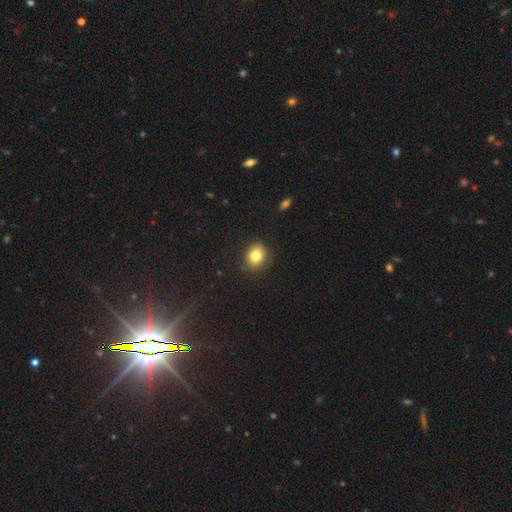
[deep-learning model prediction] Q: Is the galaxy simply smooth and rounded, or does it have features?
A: smooth — 81%.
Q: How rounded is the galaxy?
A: round — 67%.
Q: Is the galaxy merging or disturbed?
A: none — 84%.